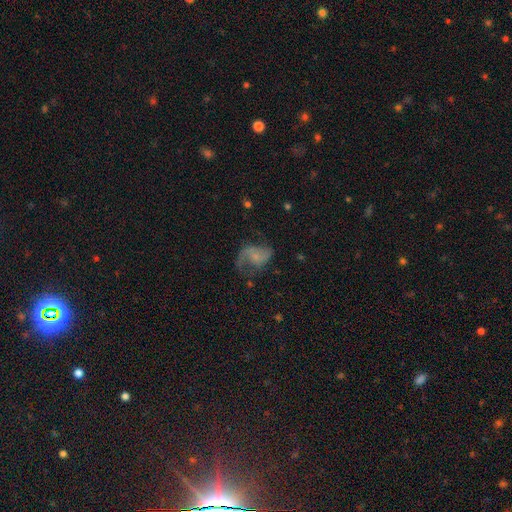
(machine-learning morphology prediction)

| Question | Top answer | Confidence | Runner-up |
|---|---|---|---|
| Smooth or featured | featured or disk | 71% | smooth (21%) |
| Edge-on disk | no | 98% | yes (2%) |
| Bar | no | 64% | weak (30%) |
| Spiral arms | yes | 89% | no (11%) |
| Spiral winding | loose | 55% | medium (35%) |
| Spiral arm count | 2 | 71% | 1 (18%) |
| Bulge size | small | 58% | none (20%) |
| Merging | none | 44% | major disturbance (30%) |